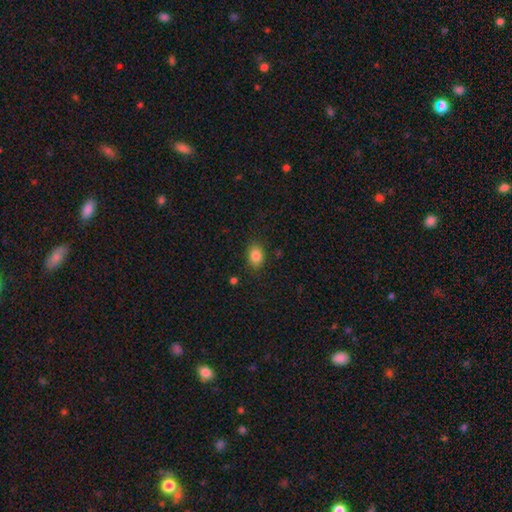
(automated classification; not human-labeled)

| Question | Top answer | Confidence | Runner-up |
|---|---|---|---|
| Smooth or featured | smooth | 84% | star or artifact (10%) |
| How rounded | in between | 70% | round (29%) |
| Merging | none | 85% | minor disturbance (11%) |